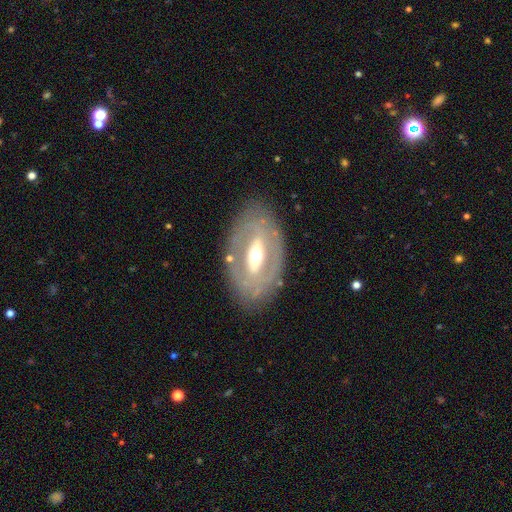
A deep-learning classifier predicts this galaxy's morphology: A featured or disk galaxy (75%) with a strong bar (47%), no spiral arms (61%) and a moderate central bulge (69%).

Vote fractions:
- Smooth or featured? featured or disk: 75% / smooth: 20% / star or artifact: 6%
- Edge-on disk? no: 89% / yes: 11%
- Bar? strong: 47% / weak: 30% / no: 23%
- Spiral arms? no: 61% / yes: 39%
- Bulge size? moderate: 69% / small: 19% / large: 11% / dominant: 1% / none: 1%
- Merging? none: 78% / minor disturbance: 14% / major disturbance: 6% / merger: 2%